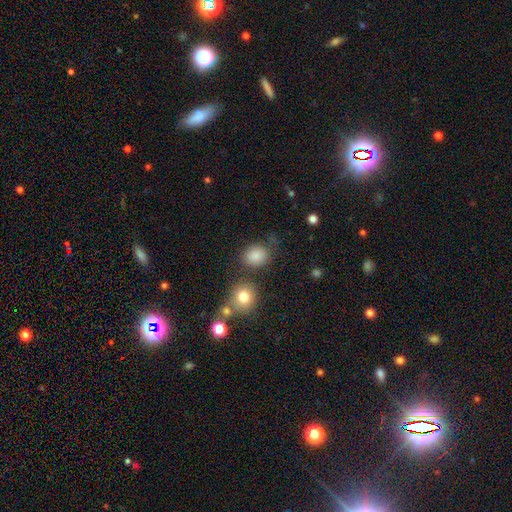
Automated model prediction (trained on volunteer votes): Smooth or featured: smooth — 84% (star or artifact — 11%)
How rounded: round — 63% (in between — 36%)
Merging: none — 73% (minor disturbance — 13%)